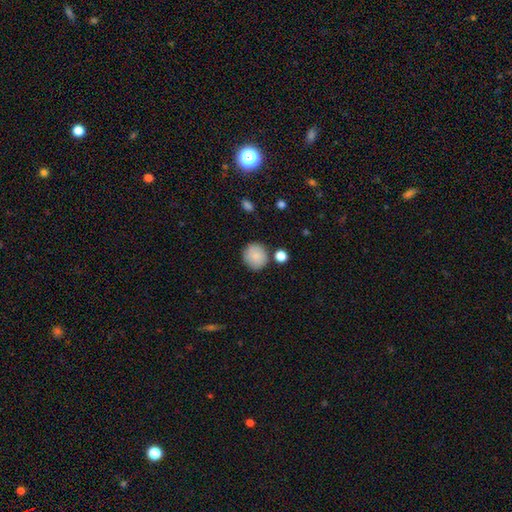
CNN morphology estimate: smooth 86%, star or artifact 8%, featured or disk 6%. Down the decision tree: how rounded — round (89%); merging — none (80%).